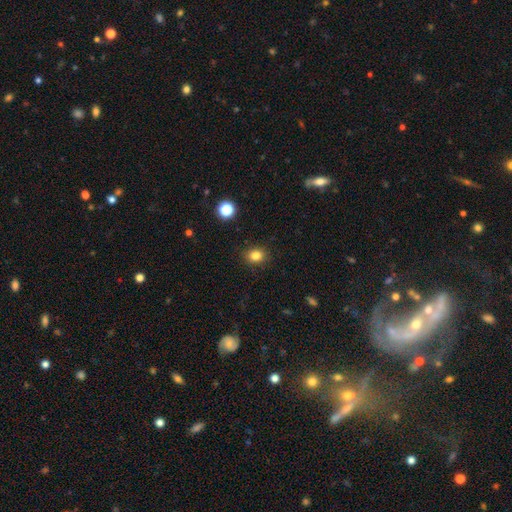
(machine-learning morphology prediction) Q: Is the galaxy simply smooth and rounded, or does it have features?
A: smooth — 82%.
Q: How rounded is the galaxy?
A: round — 64%.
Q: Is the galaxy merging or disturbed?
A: none — 89%.